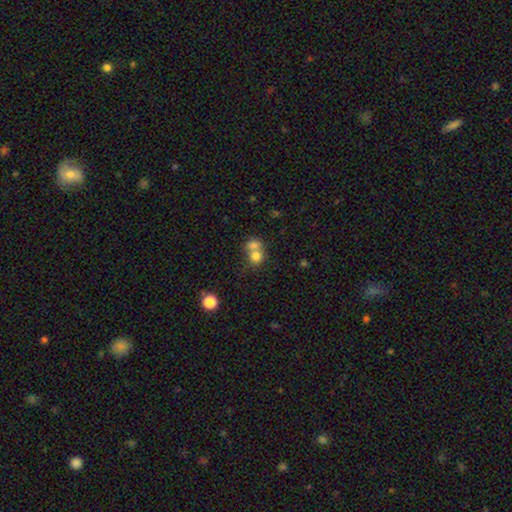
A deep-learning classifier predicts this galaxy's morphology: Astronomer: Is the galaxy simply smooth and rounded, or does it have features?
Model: smooth — 75%.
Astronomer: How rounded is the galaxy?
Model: round — 73%.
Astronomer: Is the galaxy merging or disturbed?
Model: merger — 62%.